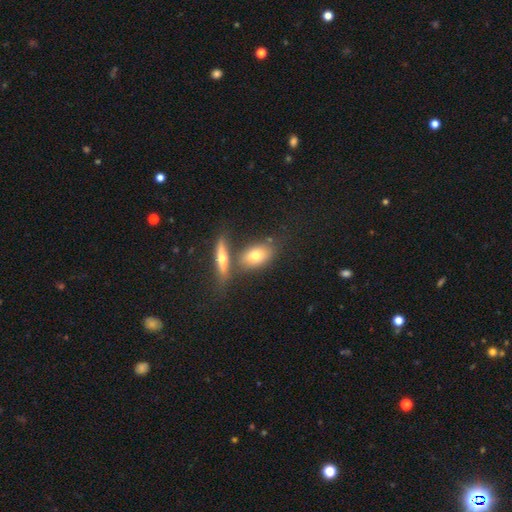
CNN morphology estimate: smooth_or_featured: smooth (p=0.69) [alt: featured or disk p=0.22]
how_rounded: in between (p=0.80) [alt: round p=0.12]
merging: none (p=0.57) [alt: merger p=0.26]